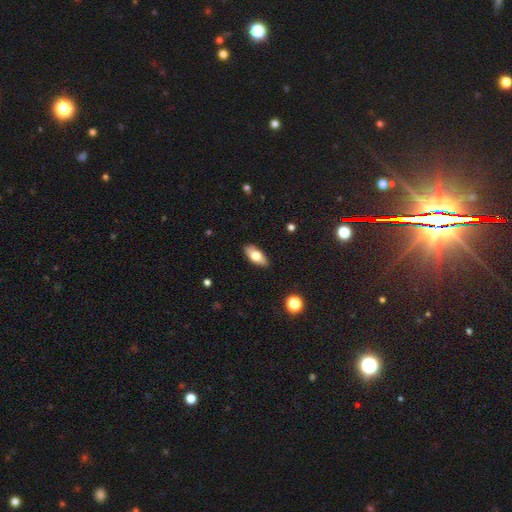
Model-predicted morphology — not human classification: Q: Smooth or featured?
A: smooth (70%); runner-up: featured or disk (23%)
Q: How rounded?
A: in between (85%); runner-up: cigar-shaped (11%)
Q: Merging?
A: none (88%); runner-up: minor disturbance (9%)